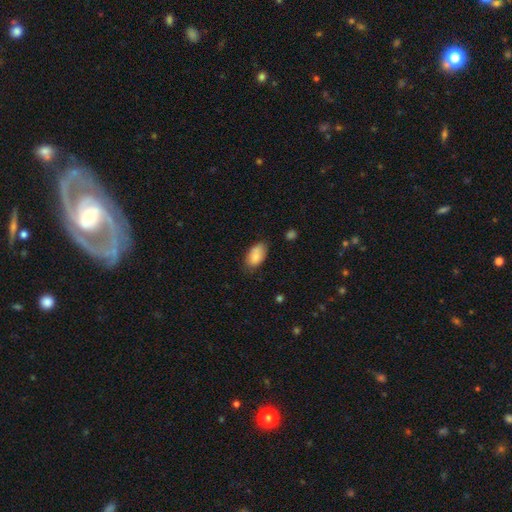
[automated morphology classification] Smooth or featured: smooth — 83% (featured or disk — 10%)
How rounded: in between — 93% (round — 5%)
Merging: none — 67% (minor disturbance — 25%)